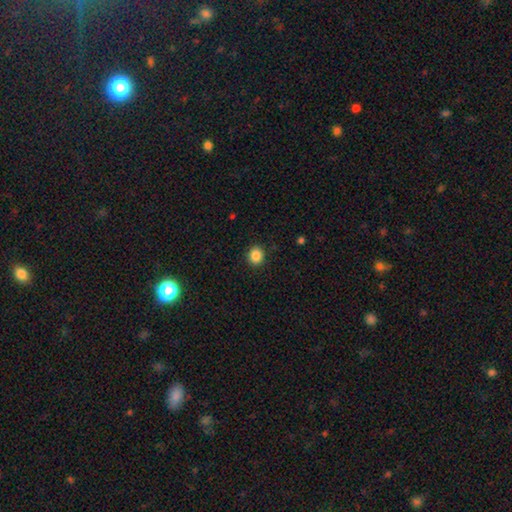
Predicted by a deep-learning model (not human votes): This is clearly a smooth galaxy (87%). How rounded: likely round (78%). Merging: clearly none (91%).